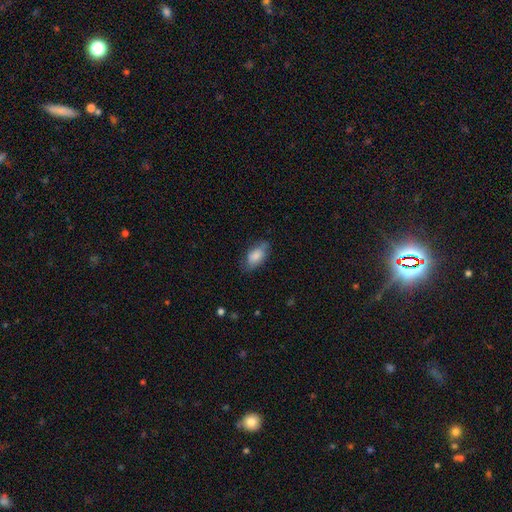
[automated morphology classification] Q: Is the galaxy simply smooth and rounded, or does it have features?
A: smooth — 77%.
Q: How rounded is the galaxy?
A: in between — 91%.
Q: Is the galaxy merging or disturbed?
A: none — 68%.